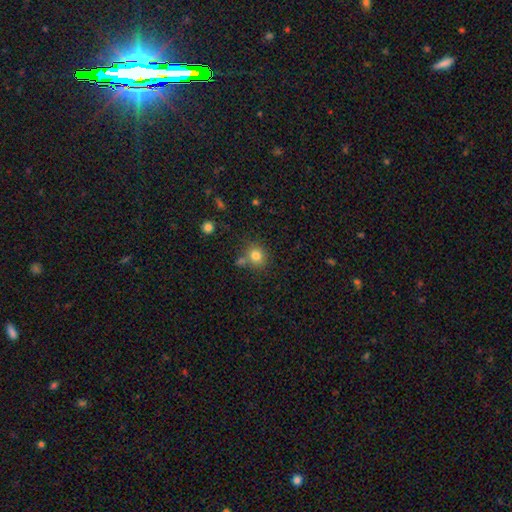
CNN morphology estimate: This appears to be a smooth galaxy with no disk features (80%) that is round (80%). Merging: none (68%).